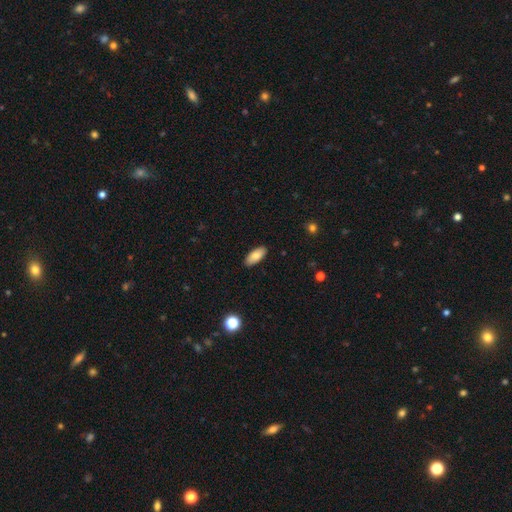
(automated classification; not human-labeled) Smooth or featured? Predicted: smooth (p=0.80). How rounded? Predicted: in between (p=0.87). Merging? Predicted: none (p=0.89).